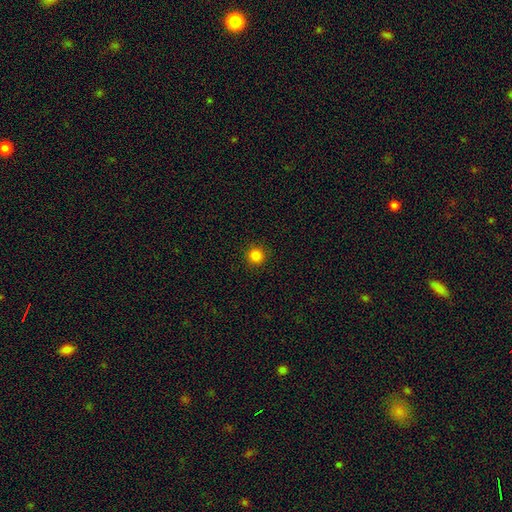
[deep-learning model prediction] Smooth or featured? smooth (84%)
How rounded? round (95%)
Merging? none (92%)